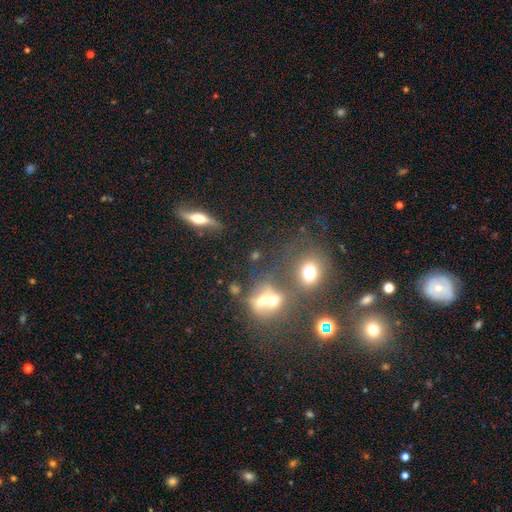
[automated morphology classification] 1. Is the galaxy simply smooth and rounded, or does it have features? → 47% smooth, 27% featured or disk, 26% star or artifact.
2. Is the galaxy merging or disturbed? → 52% none, 29% merger, 12% minor disturbance, 7% major disturbance.